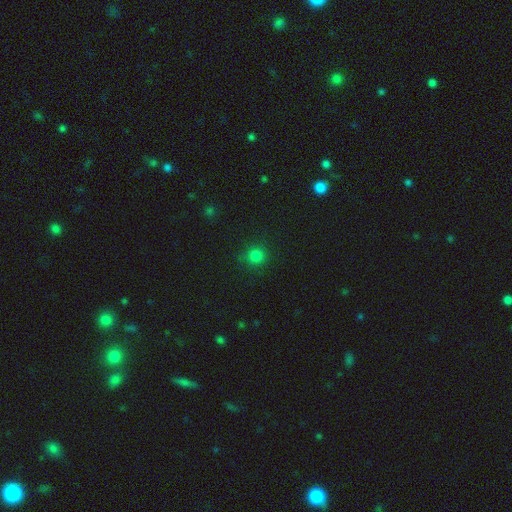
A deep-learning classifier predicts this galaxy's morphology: This appears to be a smooth galaxy with no disk features (81%) that is round (92%). Merging: none (87%).